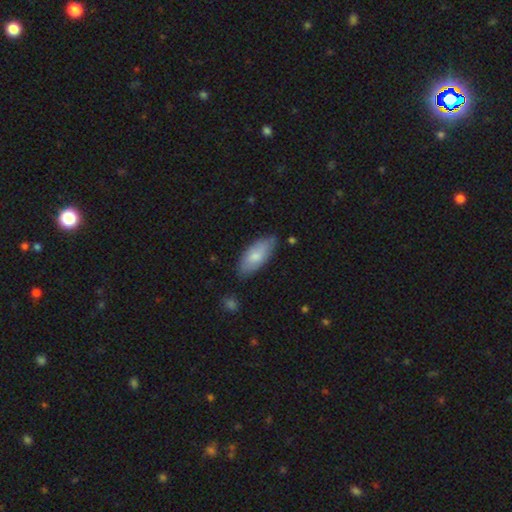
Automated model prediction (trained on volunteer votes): The model was most divided on "merging": none: 76%, minor disturbance: 19%, major disturbance: 3%, merger: 2%. More confident: how rounded — in between (85%); smooth or featured — smooth (78%).